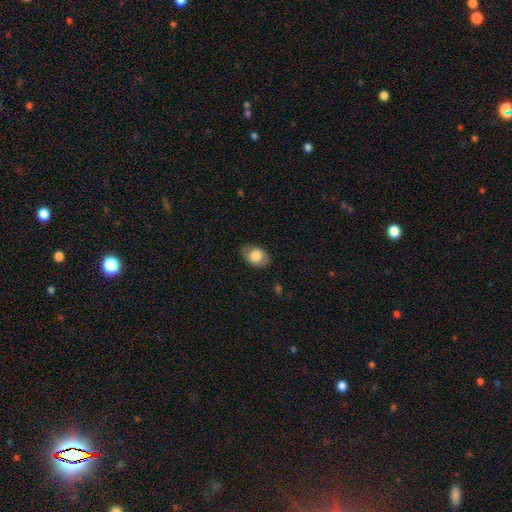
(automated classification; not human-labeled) Smooth or featured?
  - smooth: 77% *
  - featured or disk: 16%
  - star or artifact: 7%
How rounded?
  - in between: 83% *
  - round: 16%
  - cigar-shaped: 1%
Merging?
  - none: 79% *
  - minor disturbance: 16%
  - major disturbance: 4%
  - merger: 1%